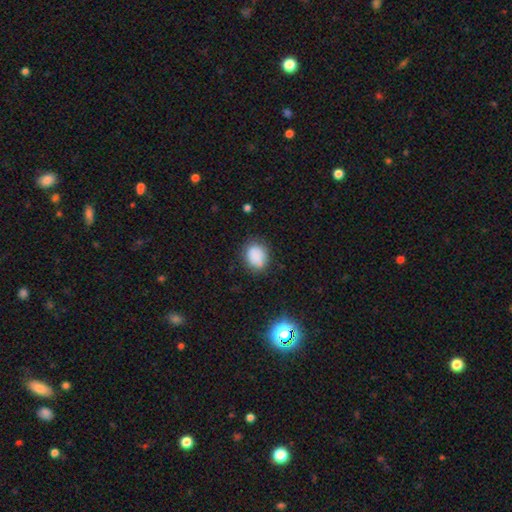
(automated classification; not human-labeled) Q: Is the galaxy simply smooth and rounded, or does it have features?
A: smooth — 85%.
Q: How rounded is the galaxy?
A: in between — 50%.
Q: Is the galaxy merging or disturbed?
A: none — 76%.